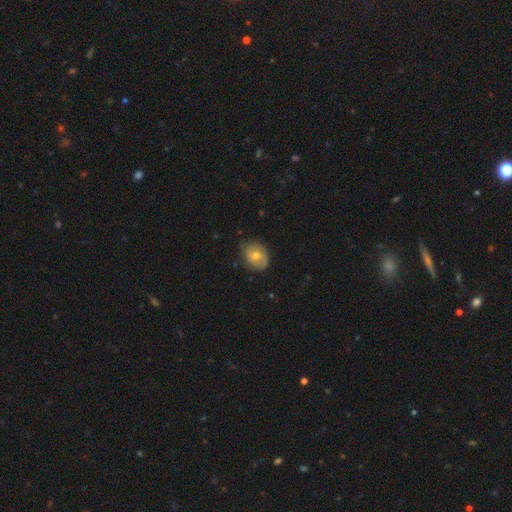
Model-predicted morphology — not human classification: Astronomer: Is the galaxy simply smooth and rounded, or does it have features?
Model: featured or disk — 52% (runner-up: smooth, 40%).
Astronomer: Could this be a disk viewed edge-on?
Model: no — 96%.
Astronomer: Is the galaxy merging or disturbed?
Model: none — 69%.